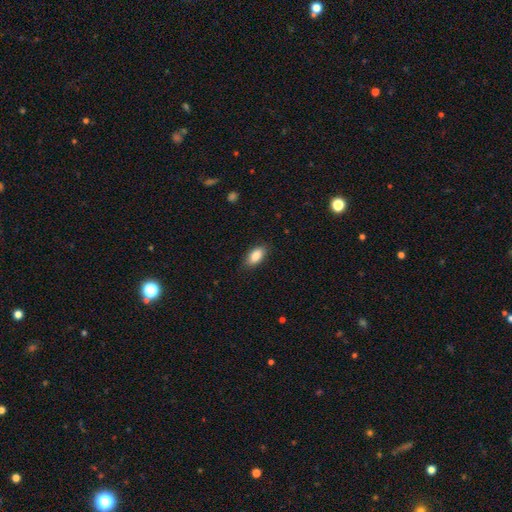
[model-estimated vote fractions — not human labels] Overall: smooth (87%). How rounded: in between (91%). Merging: none (85%).